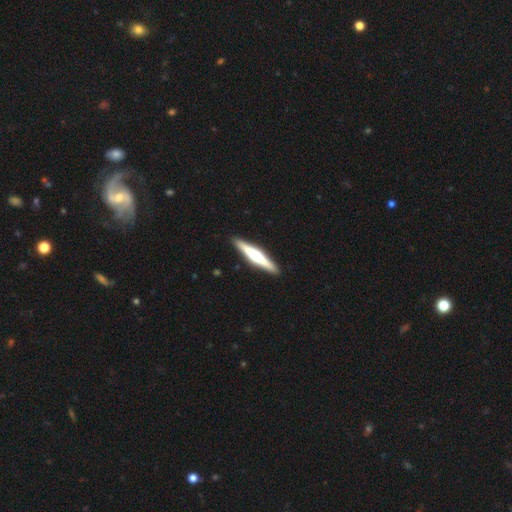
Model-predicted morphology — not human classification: Smooth or featured? featured or disk (63%)
Edge-on disk? yes (98%)
Edge-on bulge? rounded (72%)
Merging? none (92%)